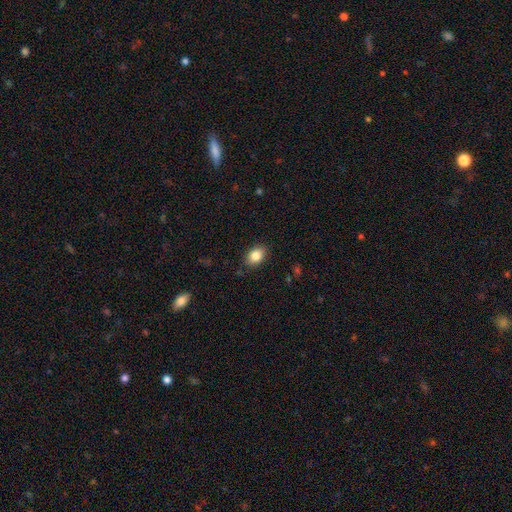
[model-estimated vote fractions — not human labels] Smooth or featured? smooth (85%)
How rounded? in between (76%)
Merging? none (86%)